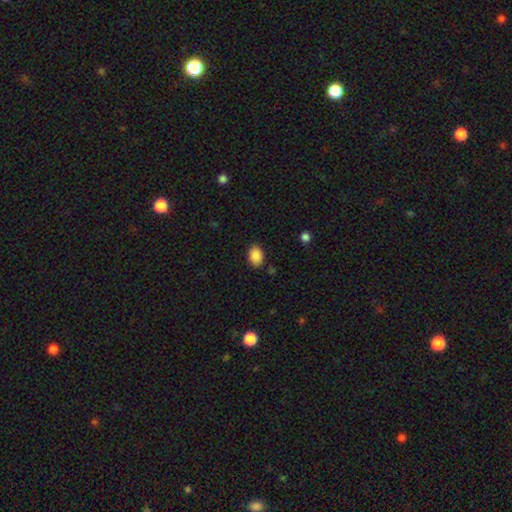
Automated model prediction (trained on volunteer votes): Morphology: type=smooth (89%); roundness=in between (79%); merging=none (86%).